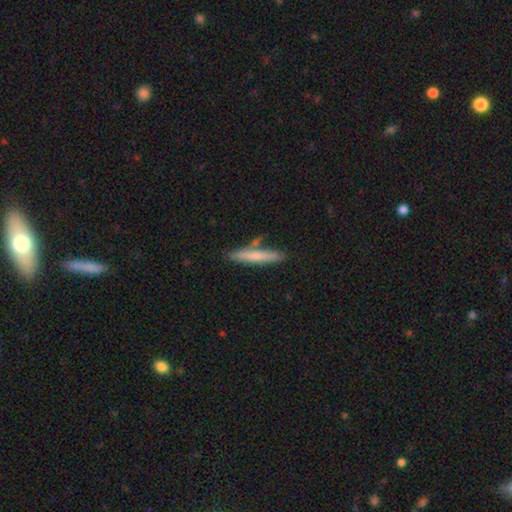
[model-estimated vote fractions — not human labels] Smooth or featured? smooth (68%)
How rounded? cigar-shaped (93%)
Merging? none (76%)